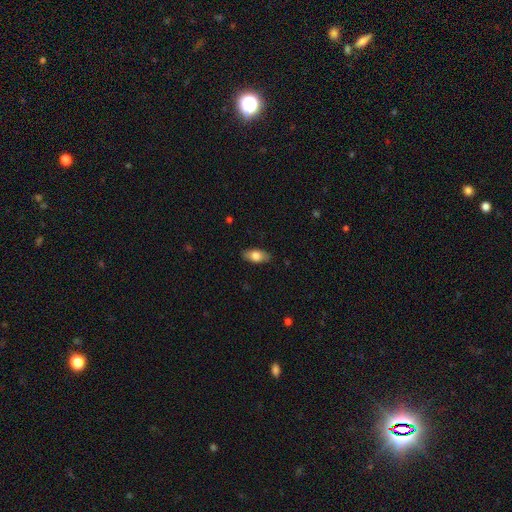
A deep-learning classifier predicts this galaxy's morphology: This is likely a smooth galaxy (77%). How rounded: clearly in between (88%). Merging: clearly none (86%).